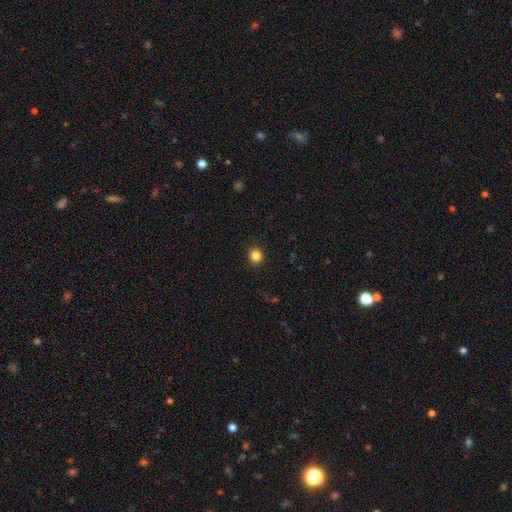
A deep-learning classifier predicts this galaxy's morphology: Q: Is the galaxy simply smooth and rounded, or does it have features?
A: smooth — 84%.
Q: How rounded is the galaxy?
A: round — 90%.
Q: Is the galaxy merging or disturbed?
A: none — 92%.